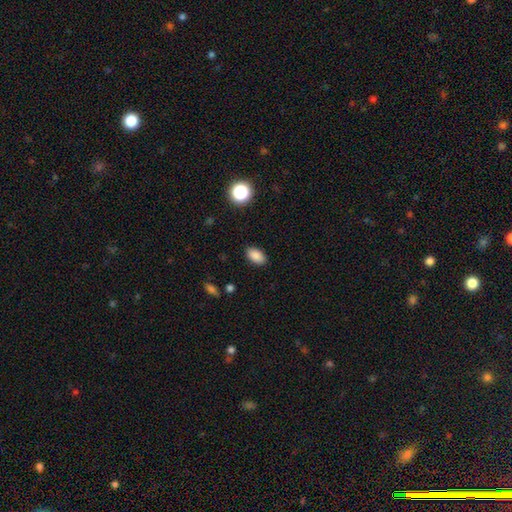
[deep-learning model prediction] Smooth or featured?
  - smooth: 87% *
  - star or artifact: 9%
  - featured or disk: 4%
How rounded?
  - in between: 91% *
  - round: 7%
  - cigar-shaped: 2%
Merging?
  - none: 88% *
  - minor disturbance: 8%
  - major disturbance: 2%
  - merger: 1%